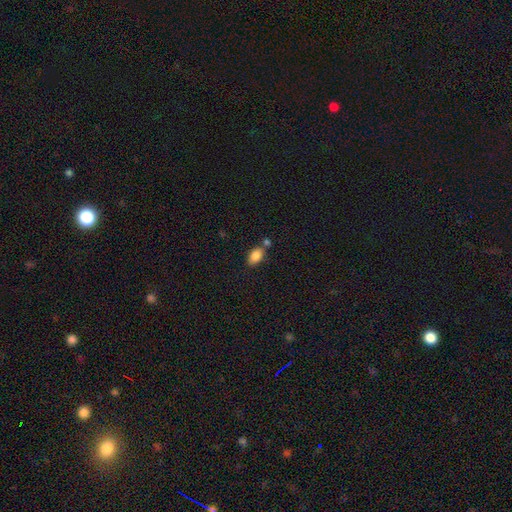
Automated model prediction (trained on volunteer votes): Smooth or featured: smooth — 86% (star or artifact — 9%)
How rounded: in between — 89% (round — 9%)
Merging: none — 65% (merger — 19%)